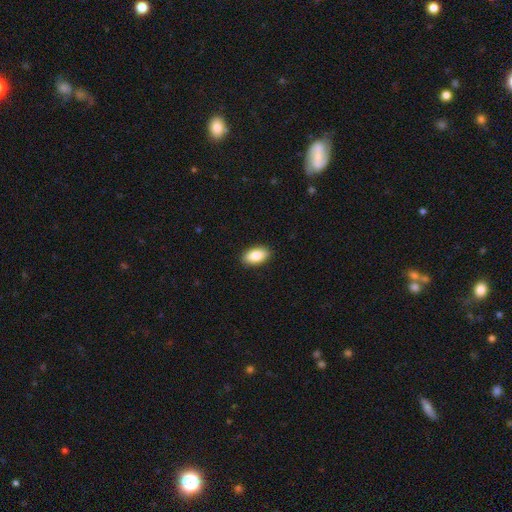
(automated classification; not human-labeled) Morphology: type=smooth (86%); roundness=in between (93%); merging=none (90%).